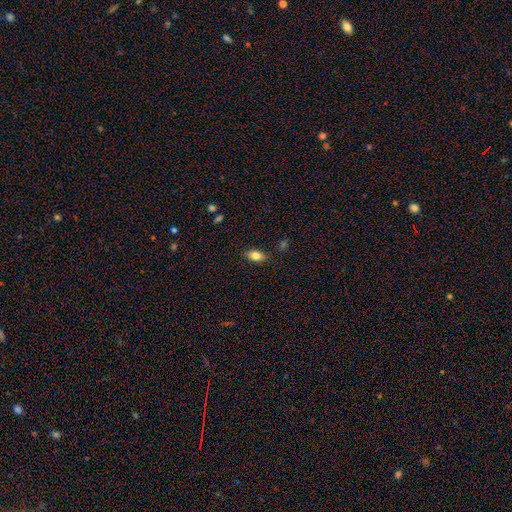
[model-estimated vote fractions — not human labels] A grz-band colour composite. It shows a smooth galaxy with no disk features (81%) that is in between round and cigar-shaped (87%). Merging: none (82%).